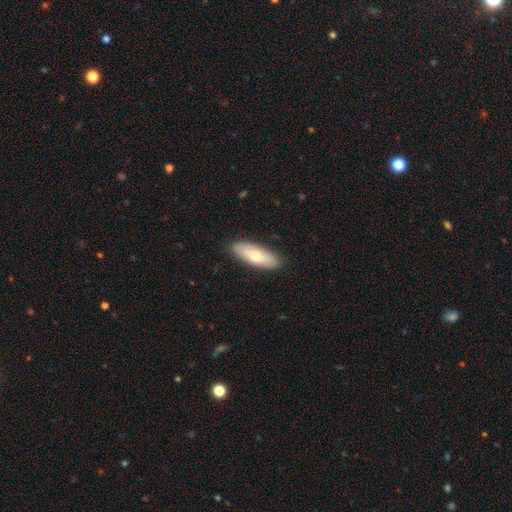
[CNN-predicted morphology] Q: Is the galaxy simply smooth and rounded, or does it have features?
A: smooth — 66%.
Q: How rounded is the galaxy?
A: in between — 65%.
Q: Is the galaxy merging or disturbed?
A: none — 87%.